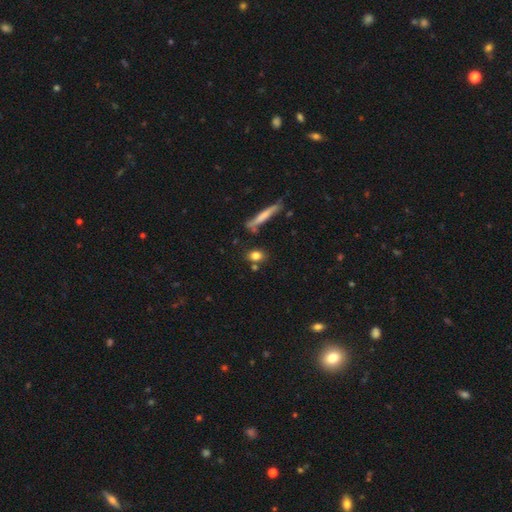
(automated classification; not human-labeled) A smooth galaxy with no disk features (78%) that is in between round and cigar-shaped (51%). Merging: none (71%).